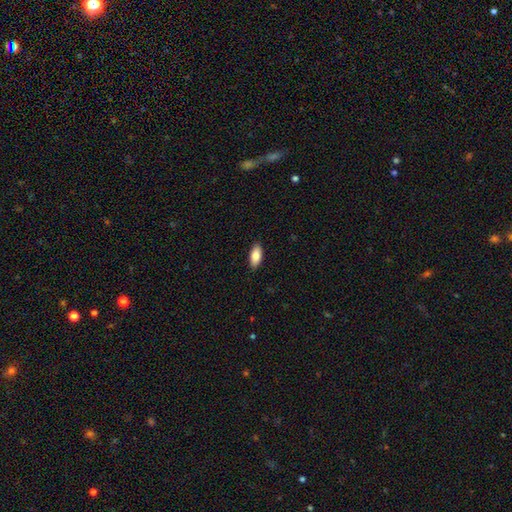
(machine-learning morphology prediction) Smooth or featured? smooth (84%)
How rounded? in between (87%)
Merging? none (89%)